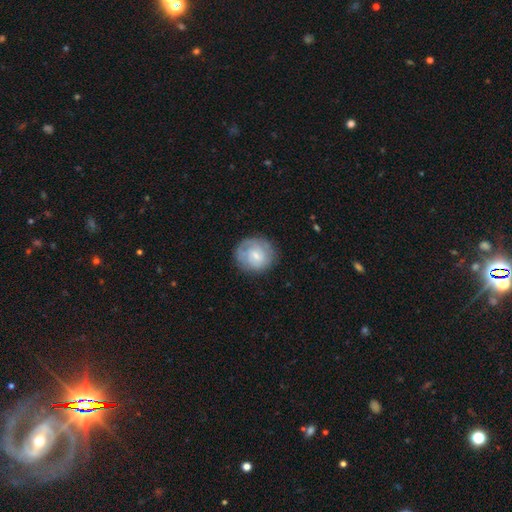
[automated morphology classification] smooth-or-featured: featured or disk: 48% | smooth: 45% | star or artifact: 6%
  merging: none: 75% | minor disturbance: 17% | major disturbance: 7% | merger: 1%